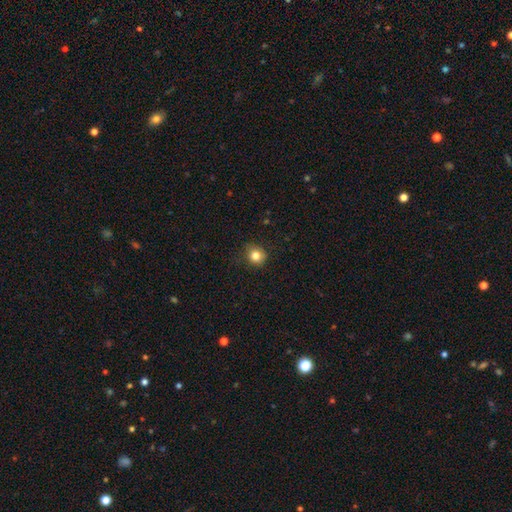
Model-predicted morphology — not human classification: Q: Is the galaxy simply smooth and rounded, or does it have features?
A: smooth — 82%.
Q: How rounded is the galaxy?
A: round — 88%.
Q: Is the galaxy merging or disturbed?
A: none — 83%.